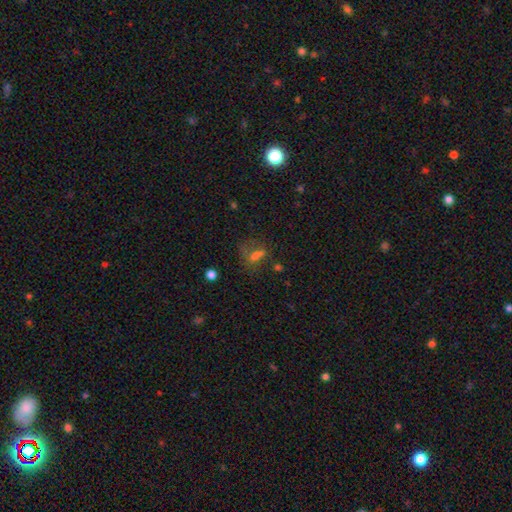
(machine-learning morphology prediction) This appears to be a smooth galaxy with no disk features (51%) that is in between round and cigar-shaped (60%). Merging: none (44%).